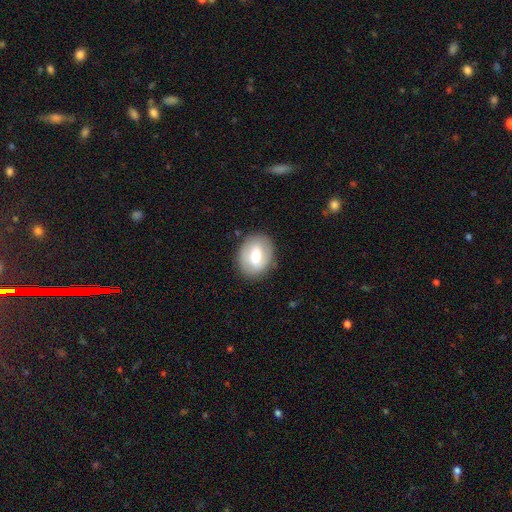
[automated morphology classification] smooth 56%, featured or disk 37%, star or artifact 7%. Down the decision tree: how rounded — in between (54%); merging — none (84%).